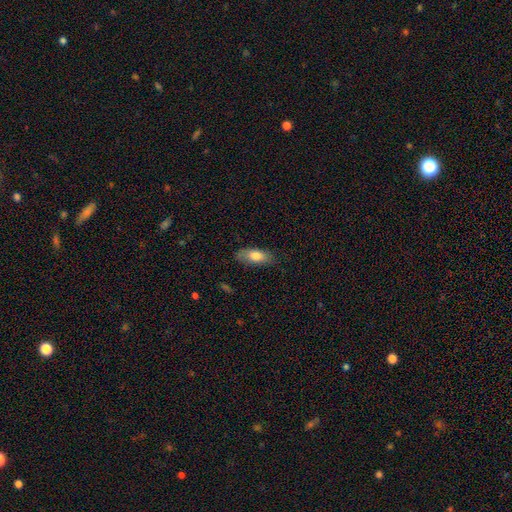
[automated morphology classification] Smooth or featured?
  - smooth: 77% *
  - featured or disk: 16%
  - star or artifact: 6%
How rounded?
  - in between: 78% *
  - cigar-shaped: 19%
  - round: 3%
Merging?
  - none: 76% *
  - minor disturbance: 18%
  - major disturbance: 4%
  - merger: 1%